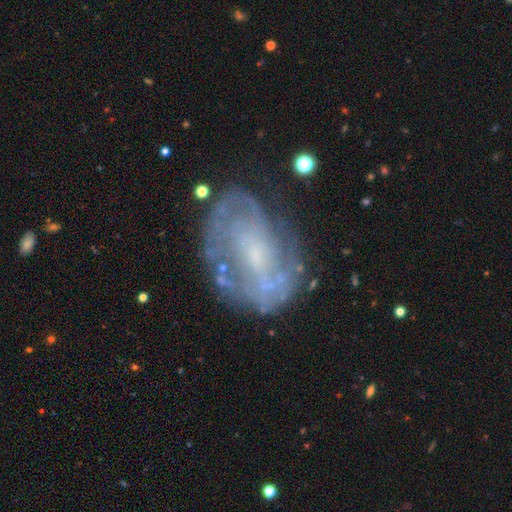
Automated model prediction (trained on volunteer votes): This appears to be a featured or disk galaxy (73%) with no bar (60%), spiral arms (68%) and a small central bulge (54%). Merging: none (64%).